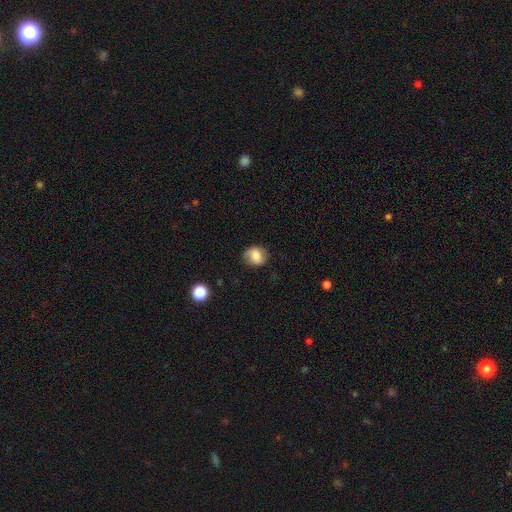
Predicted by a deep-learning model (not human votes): Q: Smooth or featured?
A: smooth (71%); runner-up: featured or disk (20%)
Q: How rounded?
A: round (64%); runner-up: in between (35%)
Q: Merging?
A: none (69%); runner-up: minor disturbance (23%)